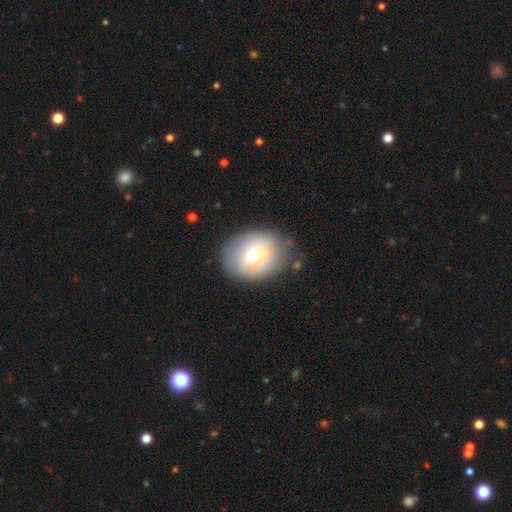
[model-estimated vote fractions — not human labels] The model was most divided on "how rounded": round: 52%, in between: 47%, cigar-shaped: 1%. More confident: merging — none (74%); smooth or featured — smooth (66%).